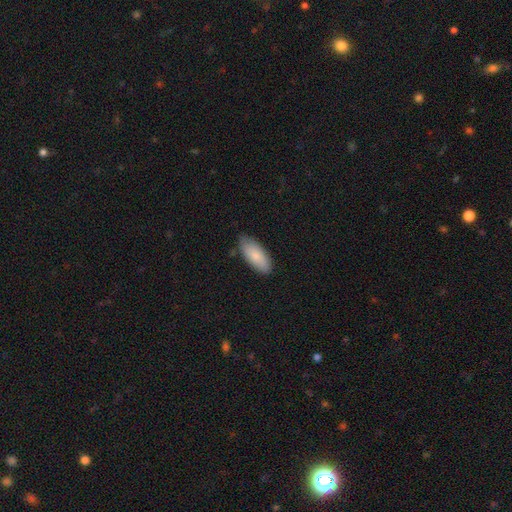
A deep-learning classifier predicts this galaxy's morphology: Smooth or featured? smooth (84%)
How rounded? in between (86%)
Merging? none (78%)